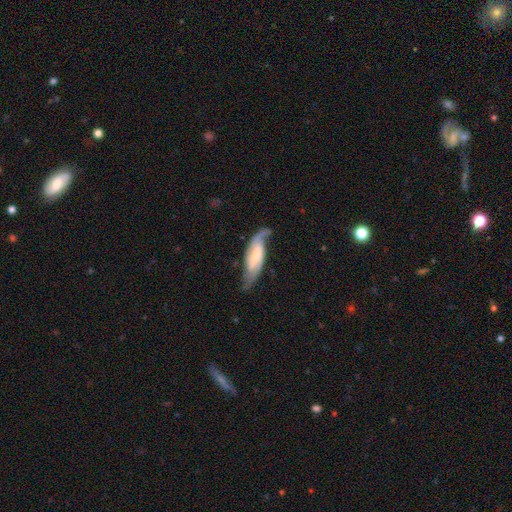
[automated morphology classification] A featured or disk galaxy (75%) with no bar (50%), 2 (83%) medium (42%) spiral arms (94%) and a small central bulge (51%).

Vote fractions:
- Smooth or featured? featured or disk: 75% / smooth: 20% / star or artifact: 5%
- Edge-on disk? no: 87% / yes: 13%
- Bar? no: 50% / weak: 35% / strong: 15%
- Spiral arms? yes: 94% / no: 6%
- Spiral winding? medium: 42% / loose: 36% / tight: 22%
- Spiral arm count? 2: 83% / can't tell: 7% / 1: 6% / 3: 2% / 4: 1% / more than 4: 1%
- Bulge size? small: 51% / moderate: 31% / none: 11% / large: 6% / dominant: 2%
- Merging? none: 62% / minor disturbance: 23% / major disturbance: 12% / merger: 2%